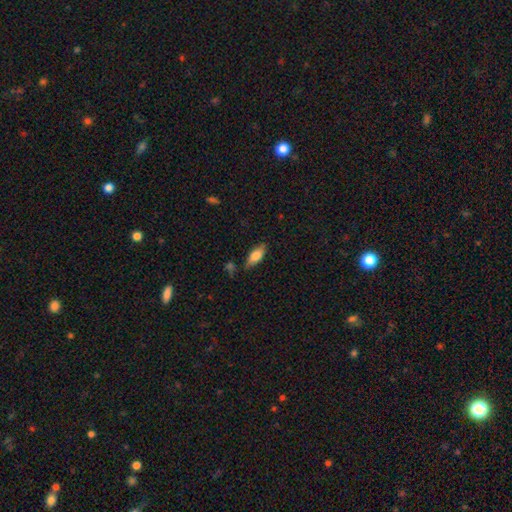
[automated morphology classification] Smooth or featured? smooth (79%)
How rounded? in between (79%)
Merging? none (74%)